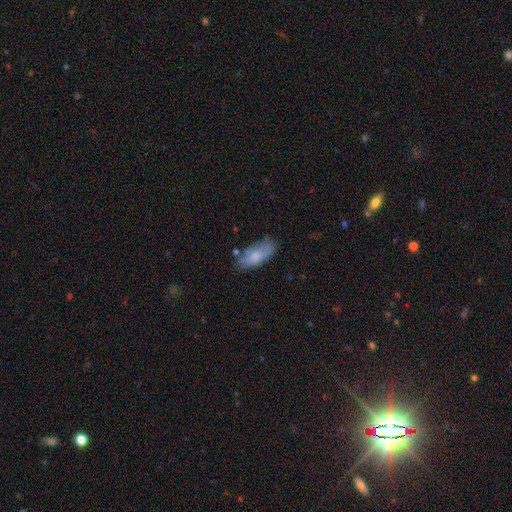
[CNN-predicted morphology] Overall: smooth (73%). How rounded: in between (84%). Merging: none (65%).